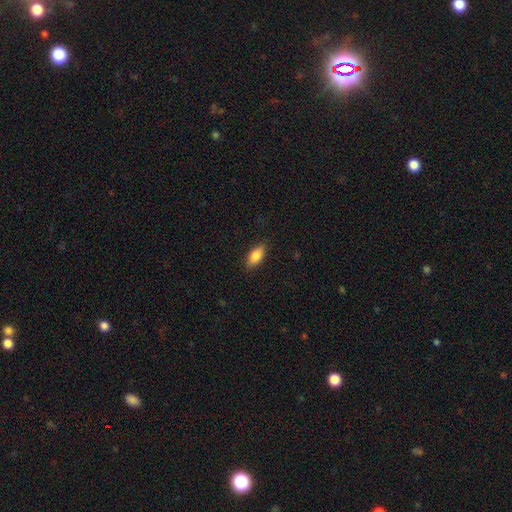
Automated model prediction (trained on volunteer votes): A smooth galaxy with no disk features (83%) that is in between round and cigar-shaped (86%). Merging: none (86%).